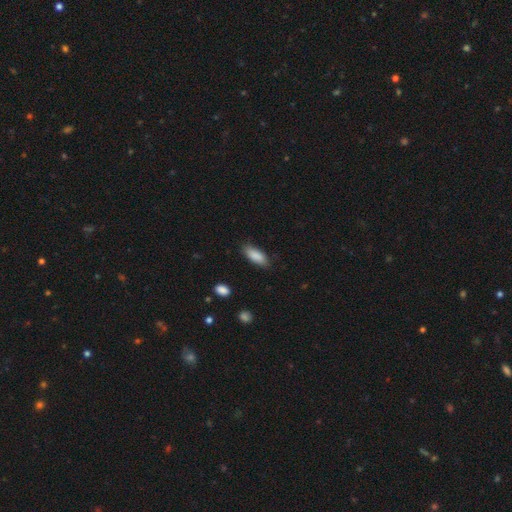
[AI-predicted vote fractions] smooth 88%, star or artifact 6%, featured or disk 6%. Down the decision tree: how rounded — in between (77%); merging — none (81%).